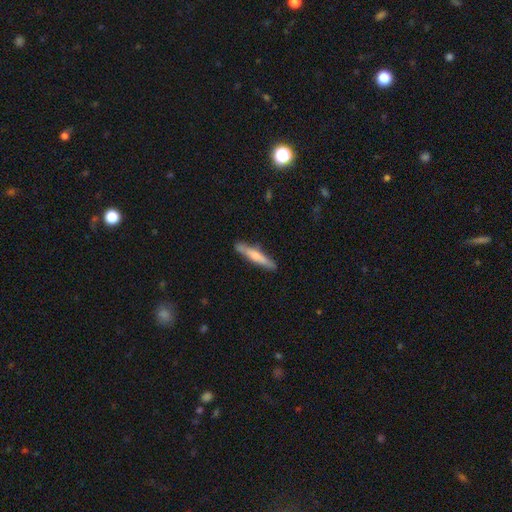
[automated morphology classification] Smooth or featured? Predicted: smooth (p=0.61). How rounded? Predicted: cigar-shaped (p=0.91). Merging? Predicted: none (p=0.84).